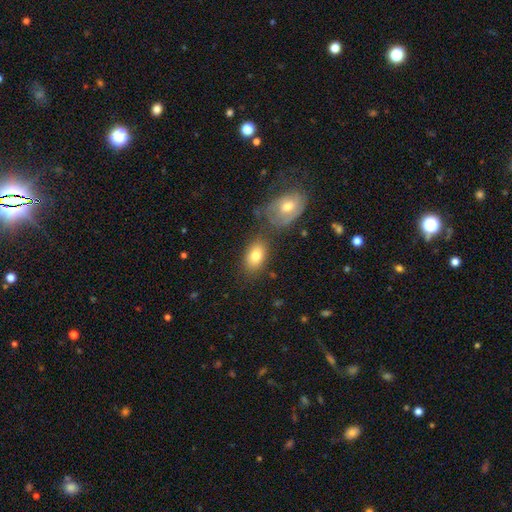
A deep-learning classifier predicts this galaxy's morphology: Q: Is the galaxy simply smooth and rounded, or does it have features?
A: smooth — 79%.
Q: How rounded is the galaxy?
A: in between — 87%.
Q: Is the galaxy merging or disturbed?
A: none — 68%.